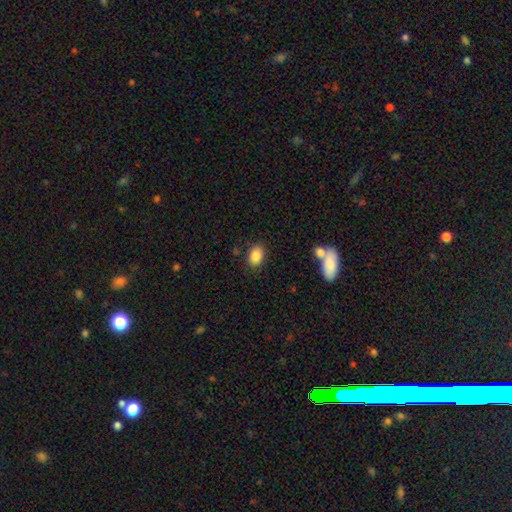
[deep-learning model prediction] Q: Smooth or featured?
A: smooth (86%); runner-up: star or artifact (8%)
Q: How rounded?
A: in between (81%); runner-up: round (18%)
Q: Merging?
A: none (83%); runner-up: minor disturbance (10%)